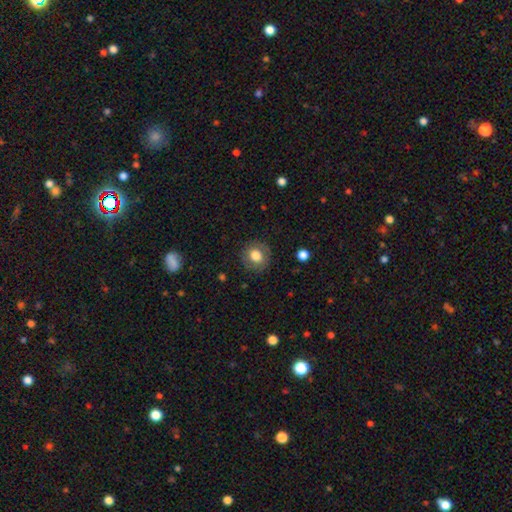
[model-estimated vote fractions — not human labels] Smooth or featured?
  - smooth: 77% *
  - featured or disk: 14%
  - star or artifact: 9%
How rounded?
  - round: 87% *
  - in between: 12%
  - cigar-shaped: 1%
Merging?
  - none: 86% *
  - minor disturbance: 10%
  - major disturbance: 3%
  - merger: 1%